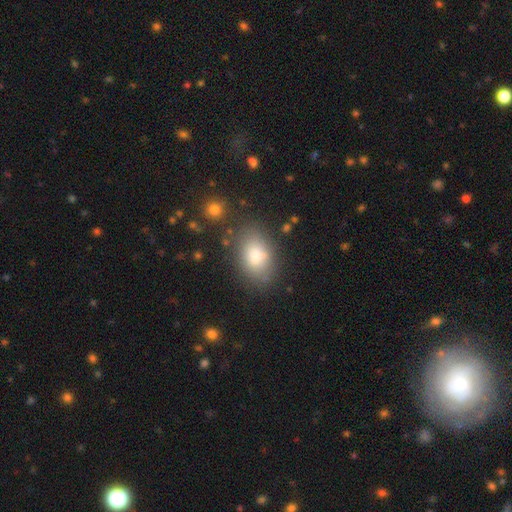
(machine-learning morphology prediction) The model was most divided on "merging": none: 69%, minor disturbance: 18%, major disturbance: 8%, merger: 6%. More confident: how rounded — in between (83%); smooth or featured — smooth (80%).